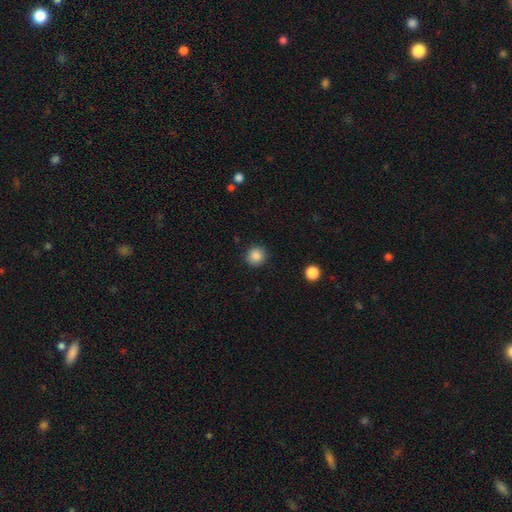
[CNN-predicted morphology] The model was most divided on "smooth or featured": smooth: 87%, star or artifact: 10%, featured or disk: 4%. More confident: how rounded — round (93%); merging — none (91%).